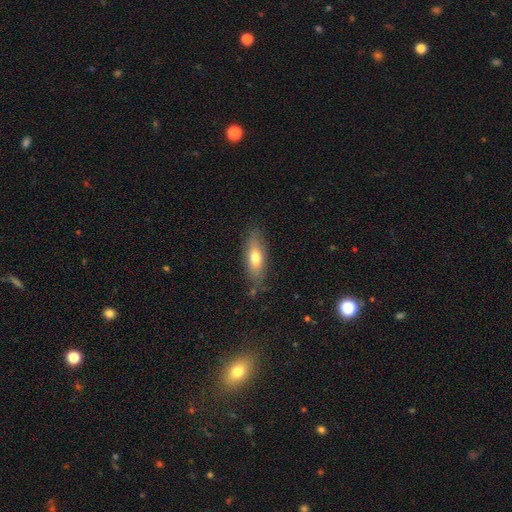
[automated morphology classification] smooth-or-featured: smooth: 63% | featured or disk: 29% | star or artifact: 8%
  how-rounded: in between: 58% | cigar-shaped: 38% | round: 3%
  merging: none: 82% | minor disturbance: 13% | major disturbance: 3% | merger: 2%